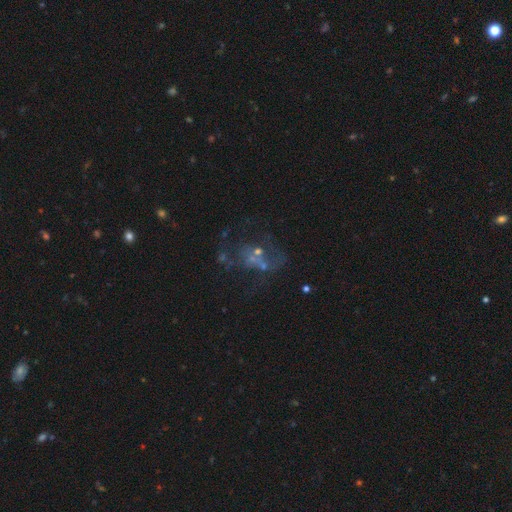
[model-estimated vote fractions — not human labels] Smooth or featured? Predicted: featured or disk (p=0.57). Edge-on disk? Predicted: no (p=0.98). Bar? Predicted: no (p=0.89). Spiral arms? Predicted: no (p=0.82). Bulge size? Predicted: none (p=0.49). Merging? Predicted: none (p=0.35).